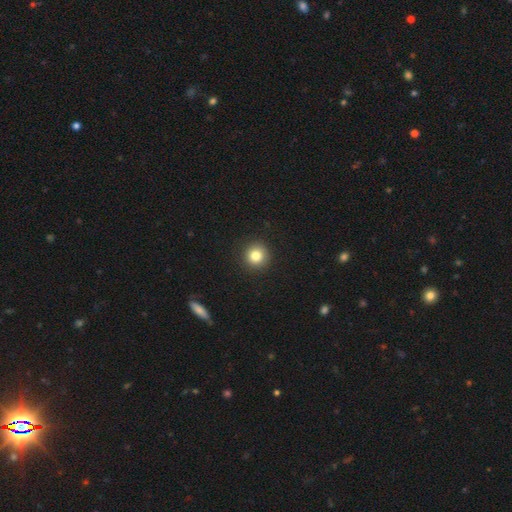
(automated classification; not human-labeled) smooth_or_featured: smooth (p=0.83) [alt: star or artifact p=0.11]
how_rounded: round (p=0.94) [alt: in between p=0.05]
merging: none (p=0.92) [alt: minor disturbance p=0.05]